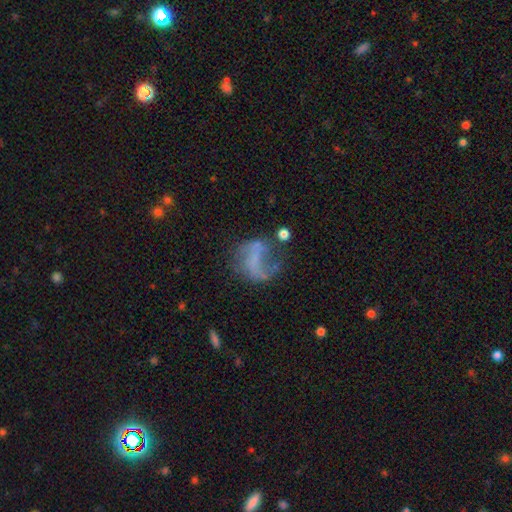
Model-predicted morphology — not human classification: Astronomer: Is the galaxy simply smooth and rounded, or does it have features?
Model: featured or disk — 59%.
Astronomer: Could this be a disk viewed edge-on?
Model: no — 97%.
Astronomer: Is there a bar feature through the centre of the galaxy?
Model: no — 55%.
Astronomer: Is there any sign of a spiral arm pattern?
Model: yes — 59% (runner-up: no, 41%).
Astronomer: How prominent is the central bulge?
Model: none — 73%.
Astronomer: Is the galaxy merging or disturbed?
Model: none — 37% (runner-up: major disturbance, 36%).